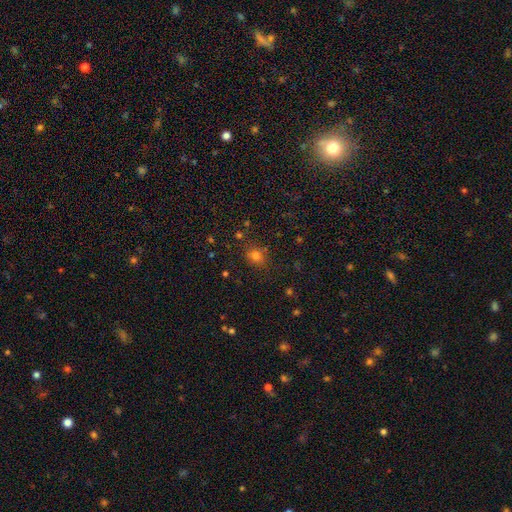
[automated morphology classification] smooth_or_featured: smooth (p=0.76) [alt: star or artifact p=0.18]
how_rounded: round (p=0.69) [alt: in between p=0.30]
merging: none (p=0.81) [alt: minor disturbance p=0.13]